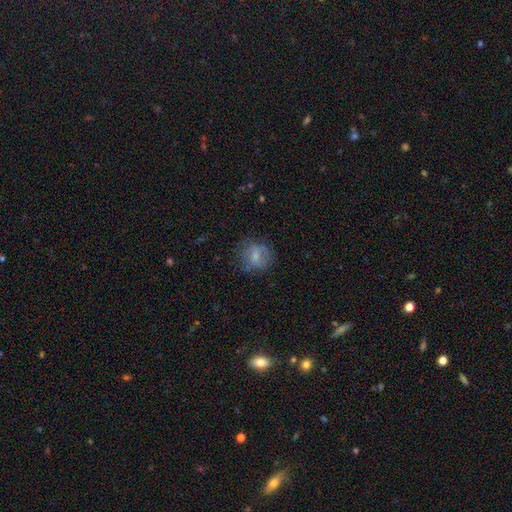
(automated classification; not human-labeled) smooth-or-featured: smooth: 62% | featured or disk: 28% | star or artifact: 10%
  how-rounded: round: 70% | in between: 28% | cigar-shaped: 2%
  merging: none: 66% | minor disturbance: 20% | major disturbance: 12% | merger: 2%